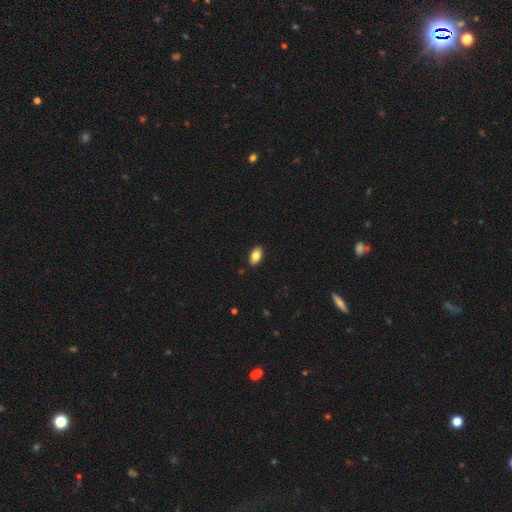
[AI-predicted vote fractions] A smooth galaxy with no disk features (83%) that is in between round and cigar-shaped (92%).

Vote fractions:
- Smooth or featured? smooth: 83% / featured or disk: 10% / star or artifact: 8%
- How rounded? in between: 92% / round: 5% / cigar-shaped: 3%
- Merging? none: 89% / minor disturbance: 8% / major disturbance: 2% / merger: 1%